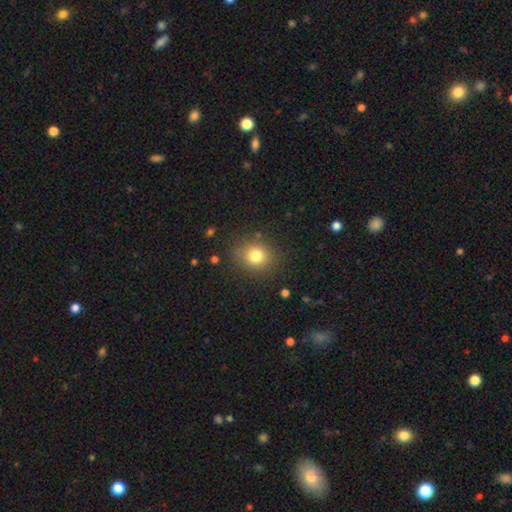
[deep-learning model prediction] smooth 79%, star or artifact 13%, featured or disk 8%. Down the decision tree: how rounded — round (76%); merging — none (85%).